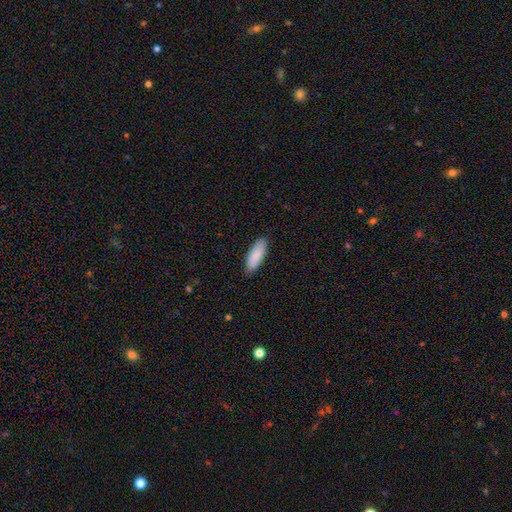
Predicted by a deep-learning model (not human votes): Q: Smooth or featured?
A: smooth (89%); runner-up: featured or disk (6%)
Q: How rounded?
A: in between (70%); runner-up: cigar-shaped (29%)
Q: Merging?
A: none (87%); runner-up: minor disturbance (10%)